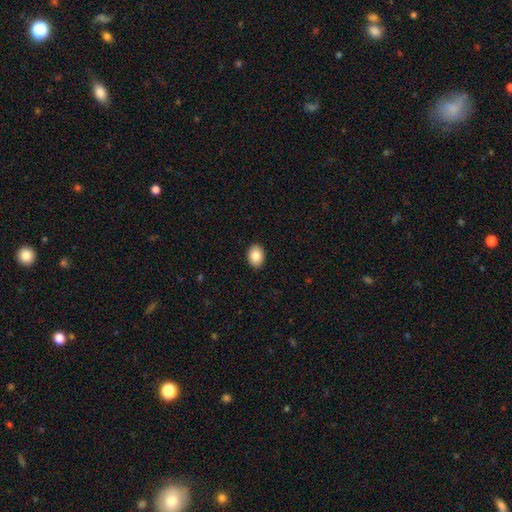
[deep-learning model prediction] smooth-or-featured: smooth: 86% | star or artifact: 7% | featured or disk: 7%
  how-rounded: in between: 75% | round: 24% | cigar-shaped: 1%
  merging: none: 91% | minor disturbance: 7% | major disturbance: 2% | merger: 1%